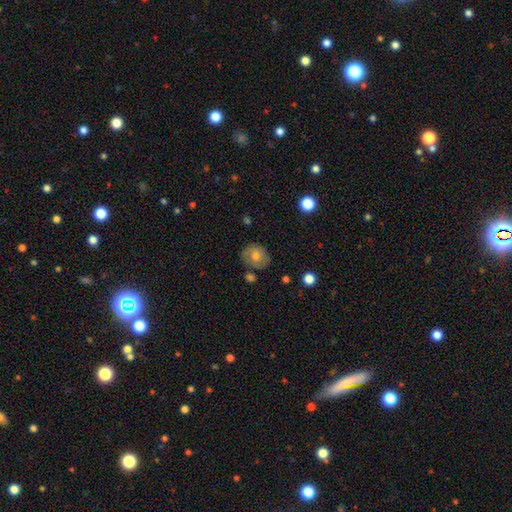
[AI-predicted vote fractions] smooth_or_featured: smooth (p=0.65) [alt: featured or disk p=0.27]
how_rounded: round (p=0.72) [alt: in between p=0.27]
merging: none (p=0.76) [alt: minor disturbance p=0.16]